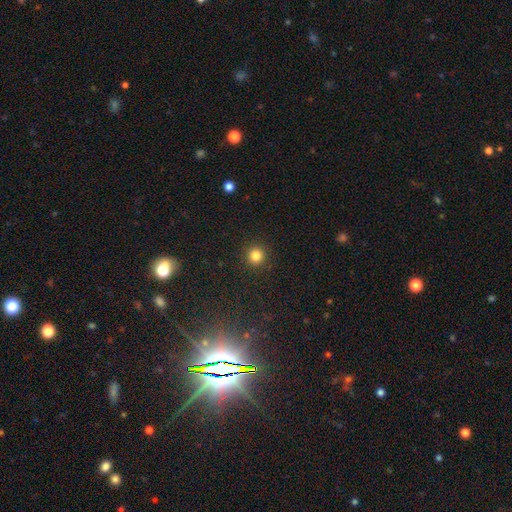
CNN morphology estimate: The model was most divided on "smooth or featured": smooth: 83%, star or artifact: 12%, featured or disk: 4%. More confident: how rounded — round (94%); merging — none (92%).